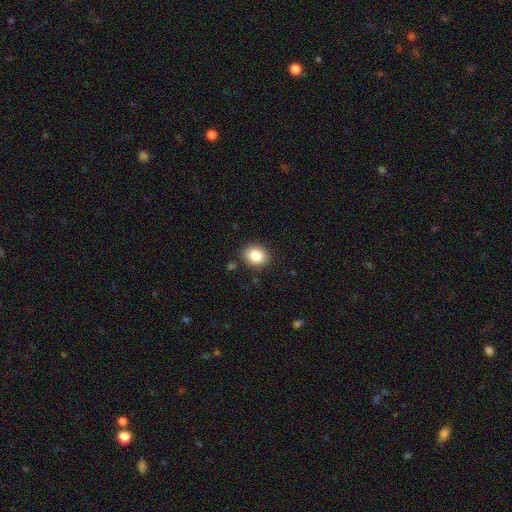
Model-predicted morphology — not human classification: Smooth or featured: smooth — 84% (star or artifact — 9%)
How rounded: round — 54% (in between — 45%)
Merging: none — 88% (minor disturbance — 8%)